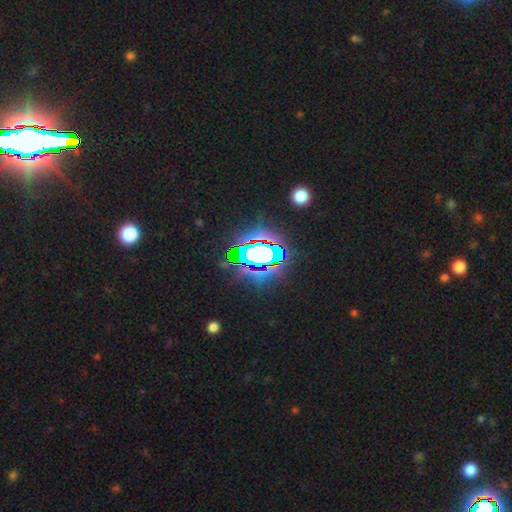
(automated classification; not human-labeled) This is likely a star or artifact rather than a galaxy (76%).